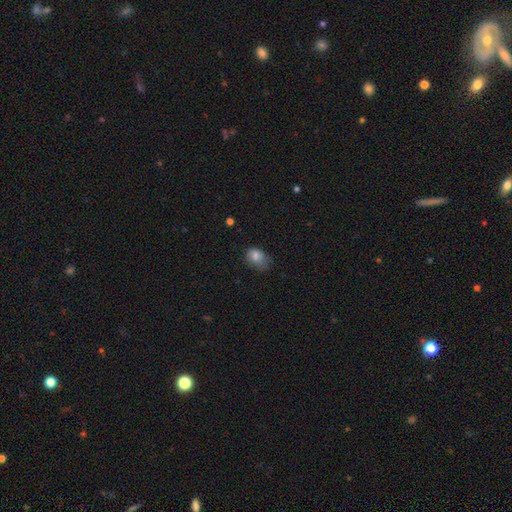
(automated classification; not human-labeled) Morphology: type=smooth (80%); roundness=in between (66%); merging=none (44%).